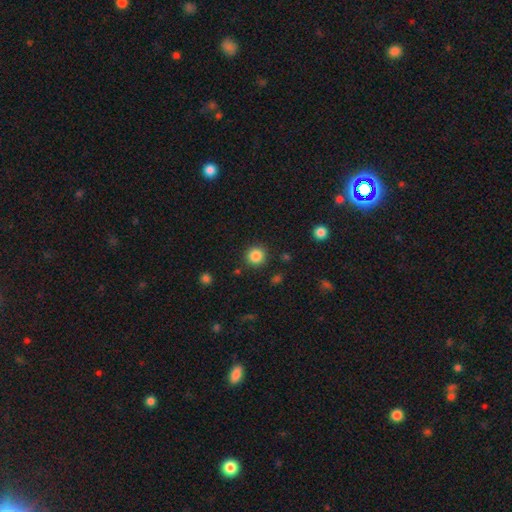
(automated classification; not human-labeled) Smooth or featured? smooth (86%)
How rounded? round (93%)
Merging? none (89%)